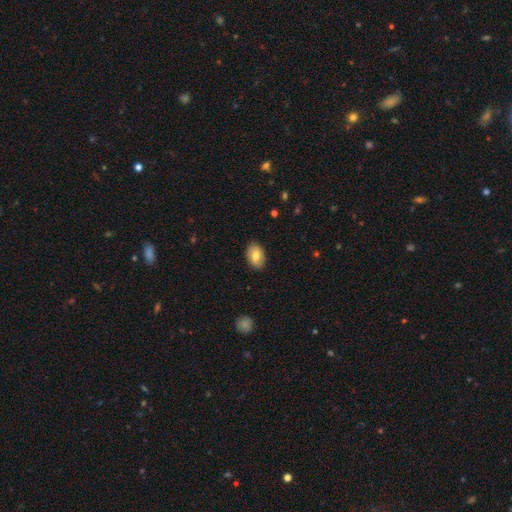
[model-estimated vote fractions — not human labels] The model was most divided on "smooth or featured": smooth: 72%, featured or disk: 20%, star or artifact: 7%. More confident: how rounded — in between (86%); merging — none (86%).